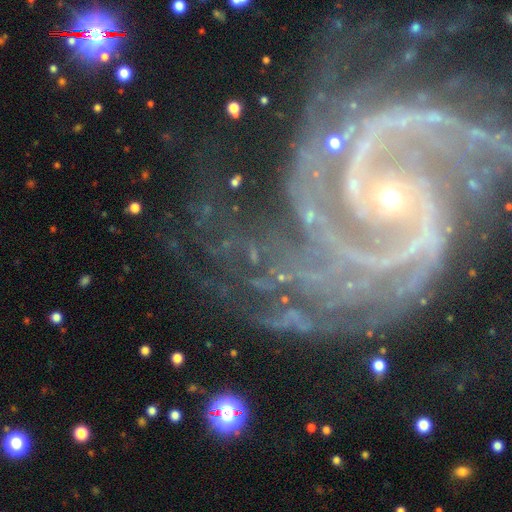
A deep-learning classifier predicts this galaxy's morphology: The model was most divided on "spiral winding": medium: 49%, tight: 39%, loose: 12%. More confident: spiral arms — yes (99%); edge-on disk — no (98%); smooth or featured — featured or disk (92%); bulge size — small (83%); merging — none (55%); bar — no (55%); spiral arm count — 2 (51%).